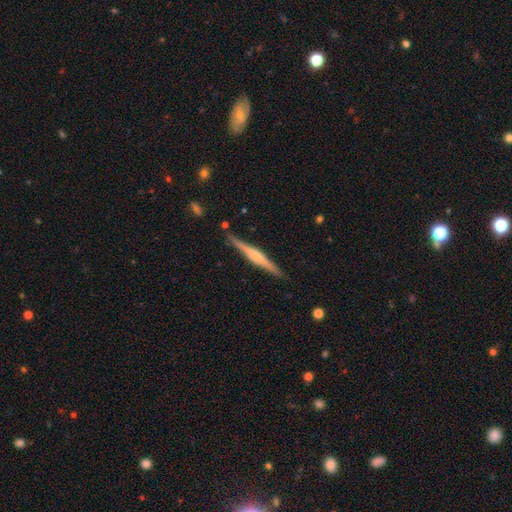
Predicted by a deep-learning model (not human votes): The model was most divided on "smooth or featured": featured or disk: 68%, smooth: 26%, star or artifact: 5%. More confident: edge-on disk — yes (98%); merging — none (88%); edge-on bulge — rounded (69%).